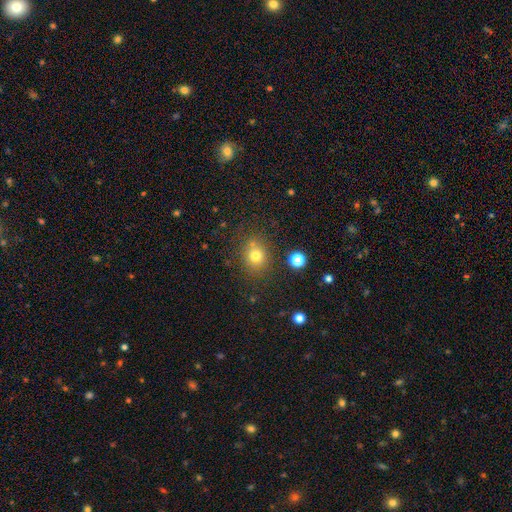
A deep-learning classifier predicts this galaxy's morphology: Smooth or featured? smooth (76%)
How rounded? round (77%)
Merging? none (75%)